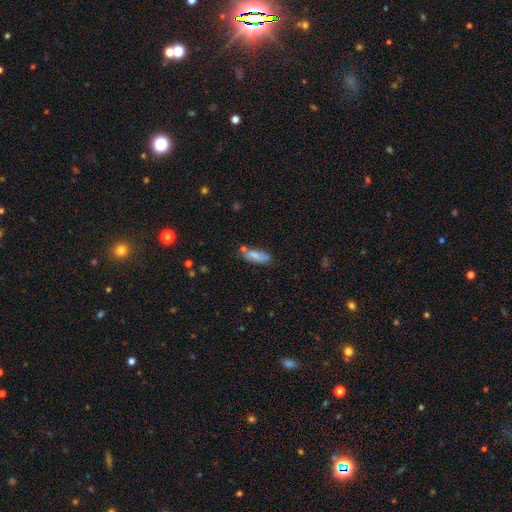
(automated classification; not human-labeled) Smooth or featured? smooth (76%)
How rounded? in between (65%)
Merging? none (60%)